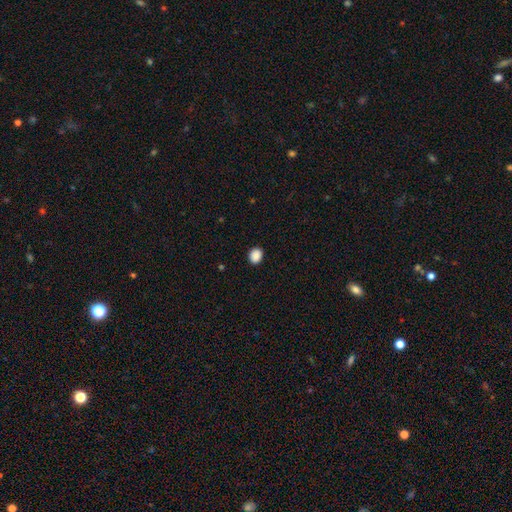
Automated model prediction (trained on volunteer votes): Smooth or featured? smooth (89%)
How rounded? round (57%)
Merging? none (91%)